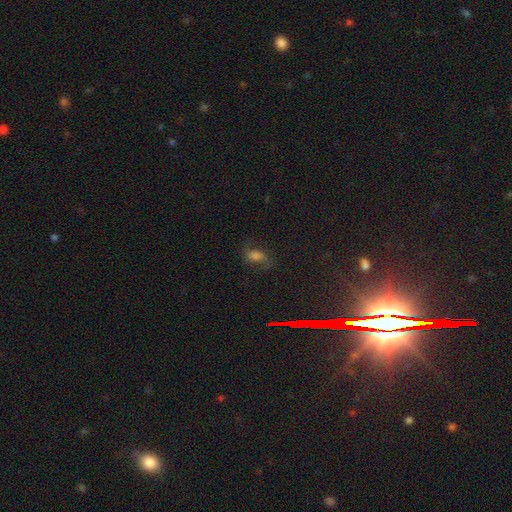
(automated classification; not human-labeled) A smooth galaxy with no disk features (43%). Merging: none (63%).